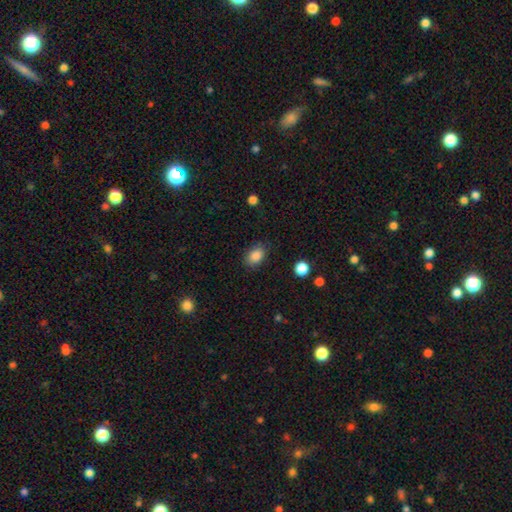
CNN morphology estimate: Smooth or featured?
  - smooth: 86% *
  - star or artifact: 9%
  - featured or disk: 5%
How rounded?
  - in between: 77% *
  - round: 21%
  - cigar-shaped: 1%
Merging?
  - none: 81% *
  - minor disturbance: 14%
  - major disturbance: 4%
  - merger: 1%